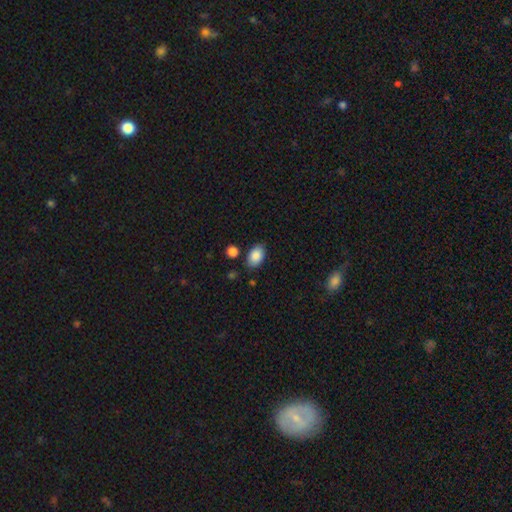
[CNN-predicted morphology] type=smooth (88%); roundness=in between (87%); merging=none (81%).